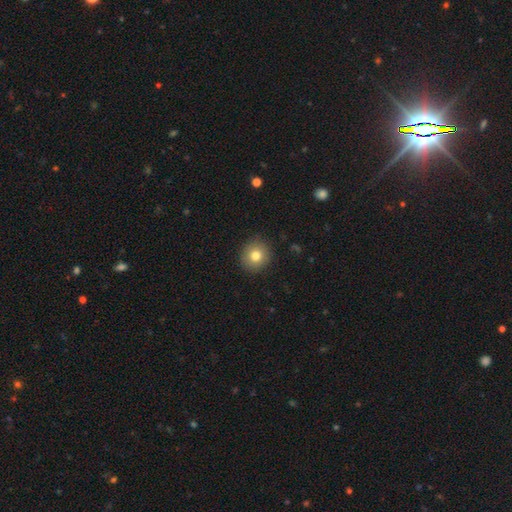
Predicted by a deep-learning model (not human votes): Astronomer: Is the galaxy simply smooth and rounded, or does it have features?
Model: smooth — 79%.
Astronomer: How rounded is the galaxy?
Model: round — 89%.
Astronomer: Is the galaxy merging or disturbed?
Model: none — 90%.